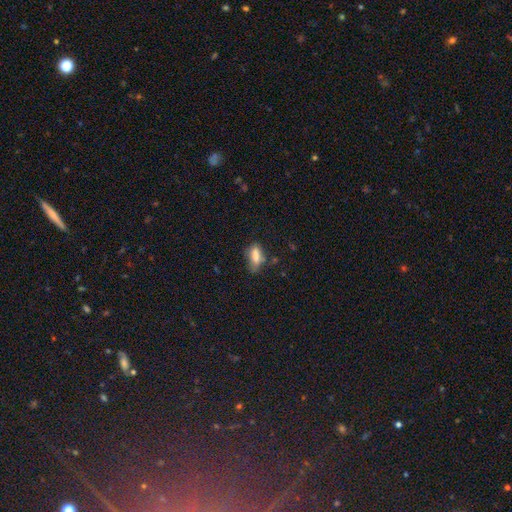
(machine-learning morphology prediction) Smooth or featured? smooth (76%)
How rounded? in between (77%)
Merging? none (44%)